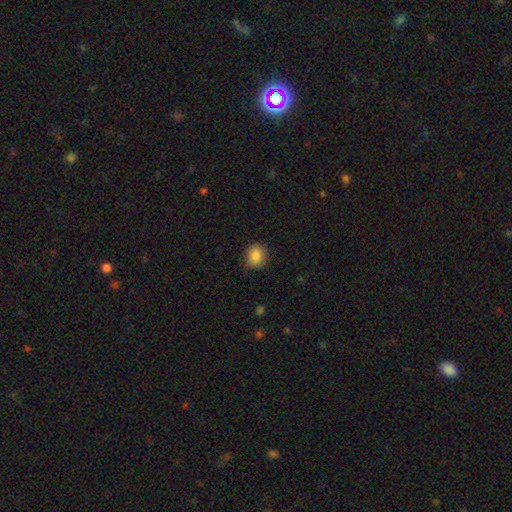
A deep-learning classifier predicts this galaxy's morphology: Smooth or featured?
  - smooth: 87% *
  - star or artifact: 9%
  - featured or disk: 4%
How rounded?
  - round: 79% *
  - in between: 20%
  - cigar-shaped: 1%
Merging?
  - none: 85% *
  - minor disturbance: 11%
  - major disturbance: 3%
  - merger: 1%